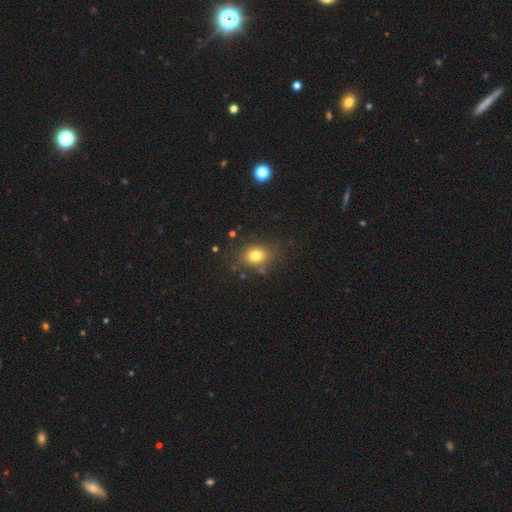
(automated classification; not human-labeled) Overall: smooth (77%). How rounded: round (50%; in between 49%). Merging: none (79%).